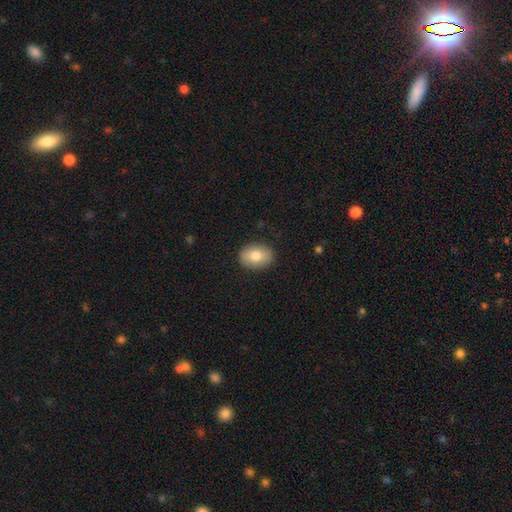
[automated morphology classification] A smooth galaxy with no disk features (76%) that is in between round and cigar-shaped (71%).

Vote fractions:
- Smooth or featured? smooth: 76% / featured or disk: 17% / star or artifact: 7%
- How rounded? in between: 71% / round: 28% / cigar-shaped: 1%
- Merging? none: 88% / minor disturbance: 9% / major disturbance: 2% / merger: 1%